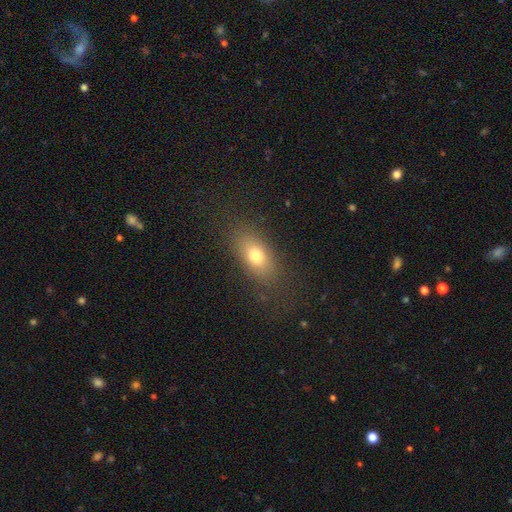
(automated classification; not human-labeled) smooth_or_featured: smooth (p=0.76) [alt: featured or disk p=0.14]
how_rounded: in between (p=0.83) [alt: cigar-shaped p=0.09]
merging: none (p=0.79) [alt: minor disturbance p=0.13]